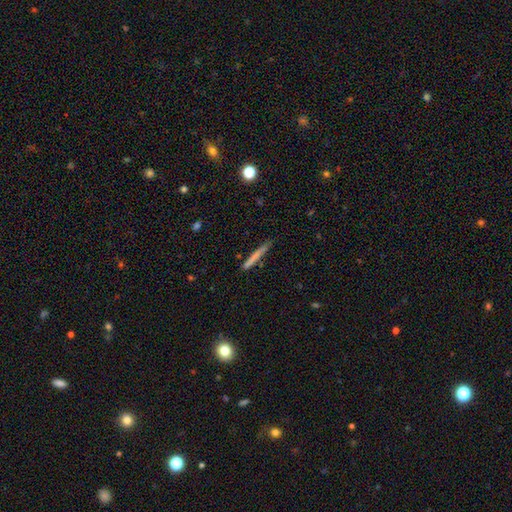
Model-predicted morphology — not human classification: Overall: smooth (65%; featured or disk 28%). How rounded: cigar-shaped (96%). Merging: none (86%).